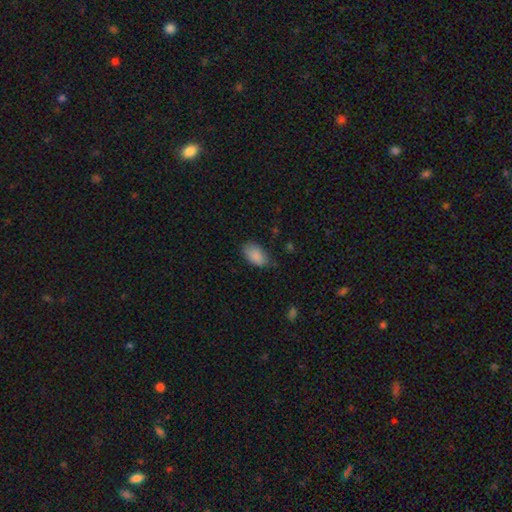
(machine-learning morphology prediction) type=smooth (88%); roundness=in between (94%); merging=none (75%).